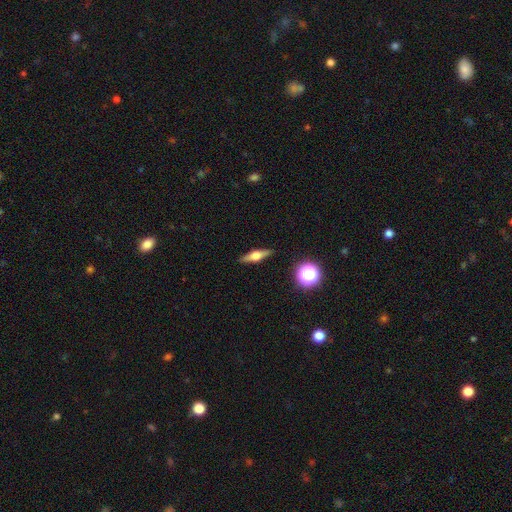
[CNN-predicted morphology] smooth_or_featured: featured or disk (p=0.62) [alt: smooth p=0.30]
disk_edge_on: yes (p=0.95) [alt: no p=0.05]
edge_on_bulge: rounded (p=0.91) [alt: boxy p=0.07]
merging: none (p=0.89) [alt: minor disturbance p=0.08]